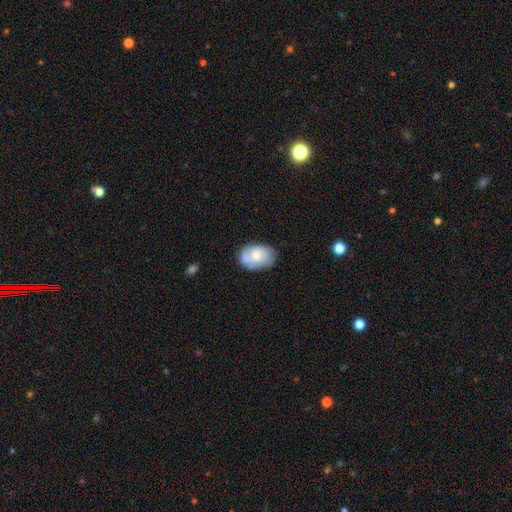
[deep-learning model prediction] Smooth or featured? Predicted: smooth (p=0.55). How rounded? Predicted: in between (p=0.82). Merging? Predicted: none (p=0.60).